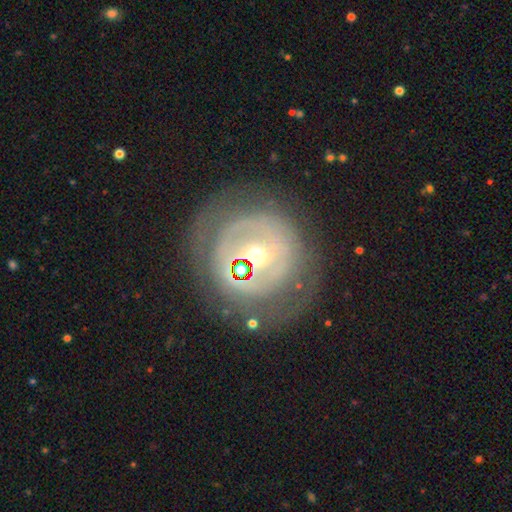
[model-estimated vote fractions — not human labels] smooth_or_featured: featured or disk (p=0.69) [alt: smooth p=0.21]
disk_edge_on: no (p=0.95) [alt: yes p=0.05]
bar: no (p=0.54) [alt: weak p=0.29]
has_spiral_arms: no (p=0.50) [tied with: yes p=0.50]
bulge_size: moderate (p=0.57) [alt: small p=0.33]
merging: none (p=0.67) [alt: minor disturbance p=0.17]